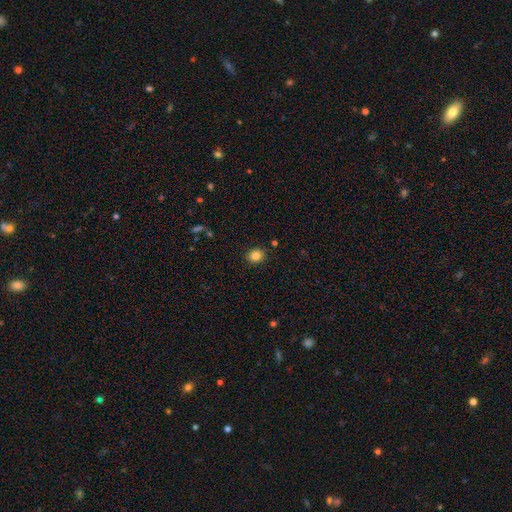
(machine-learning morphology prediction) smooth_or_featured: smooth (p=0.83) [alt: star or artifact p=0.11]
how_rounded: round (p=0.62) [alt: in between p=0.37]
merging: none (p=0.88) [alt: minor disturbance p=0.08]